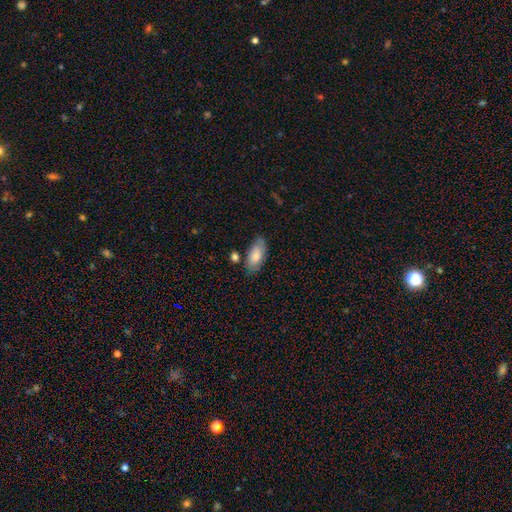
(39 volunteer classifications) A smooth galaxy with no disk features (79%) that is in between round and cigar-shaped (81%).

Vote fractions:
- Smooth or featured? smooth: 79% / featured or disk: 15% / star or artifact: 5%
- How rounded? in between: 81% / cigar-shaped: 13% / round: 6%
- Merging? none: 65% / minor disturbance: 19% / major disturbance: 8% / merger: 8%